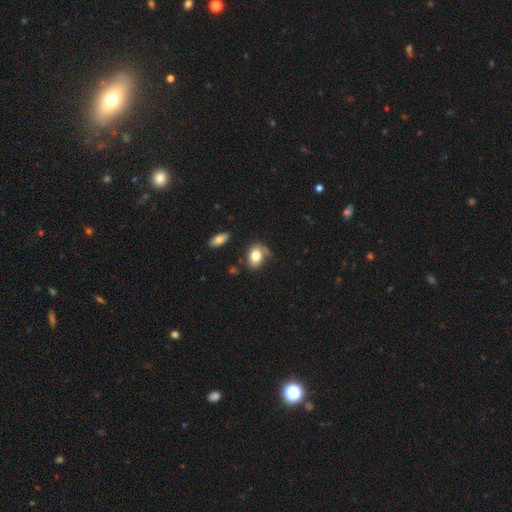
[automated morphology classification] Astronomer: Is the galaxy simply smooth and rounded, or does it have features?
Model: smooth — 76%.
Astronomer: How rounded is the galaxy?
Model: in between — 67%.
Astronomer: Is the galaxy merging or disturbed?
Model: none — 58%.